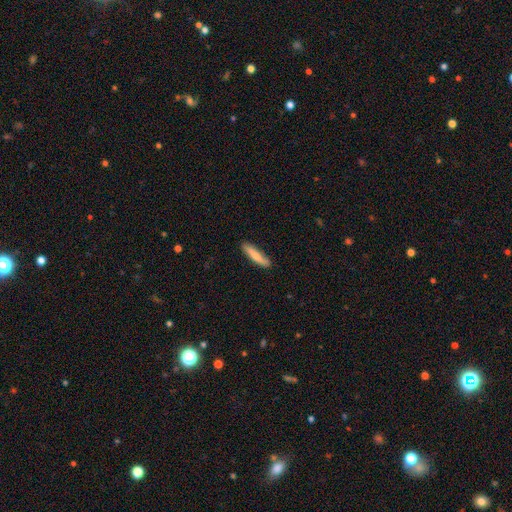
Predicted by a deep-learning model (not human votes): Overall: smooth (65%; featured or disk 30%). How rounded: cigar-shaped (84%). Merging: none (86%).